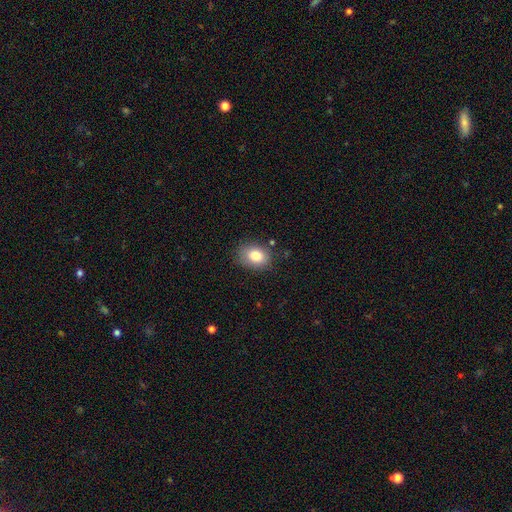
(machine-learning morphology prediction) smooth_or_featured: smooth (p=0.84) [alt: star or artifact p=0.09]
how_rounded: in between (p=0.71) [alt: round p=0.28]
merging: none (p=0.79) [alt: minor disturbance p=0.15]